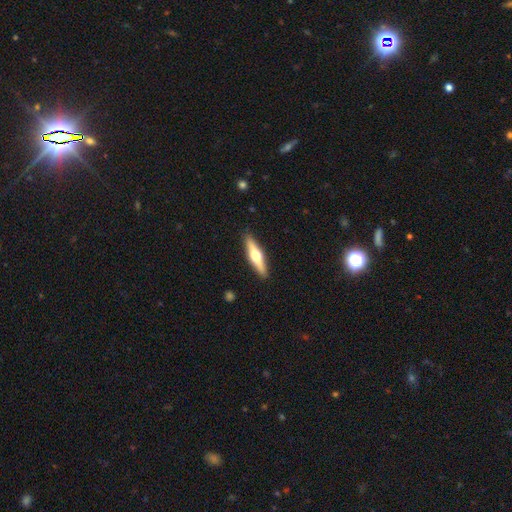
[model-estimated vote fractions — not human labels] Smooth or featured: featured or disk — 59% (smooth — 37%)
Edge-on disk: yes — 95% (no — 5%)
Edge-on bulge: rounded — 95% (none — 3%)
Merging: none — 91% (minor disturbance — 7%)